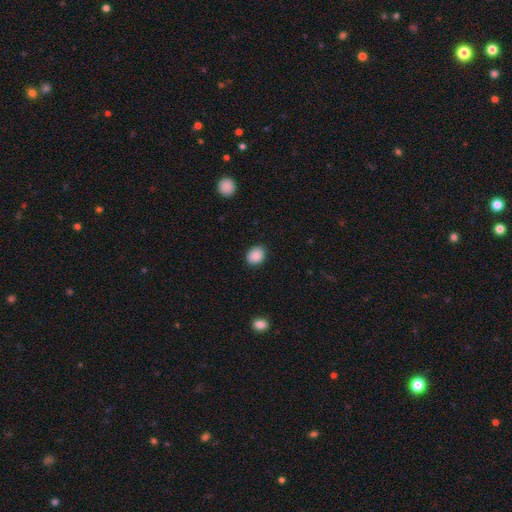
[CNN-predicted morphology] smooth-or-featured: smooth: 88% | star or artifact: 8% | featured or disk: 4%
  how-rounded: in between: 53% | round: 46% | cigar-shaped: 1%
  merging: none: 88% | minor disturbance: 9% | major disturbance: 2% | merger: 1%